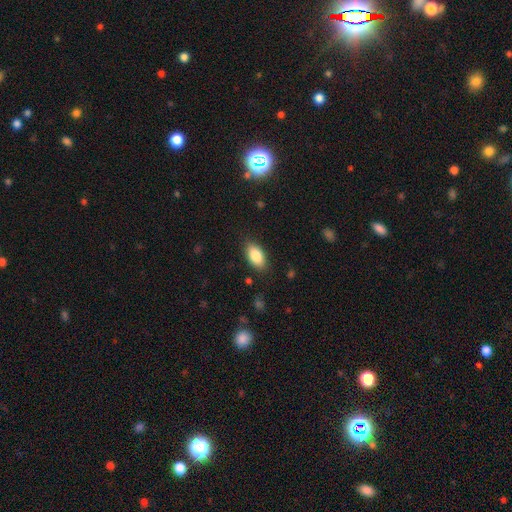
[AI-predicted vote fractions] A smooth galaxy with no disk features (85%) that is in between round and cigar-shaped (92%).

Vote fractions:
- Smooth or featured? smooth: 85% / featured or disk: 8% / star or artifact: 7%
- How rounded? in between: 92% / cigar-shaped: 5% / round: 4%
- Merging? none: 85% / minor disturbance: 11% / major disturbance: 3% / merger: 1%